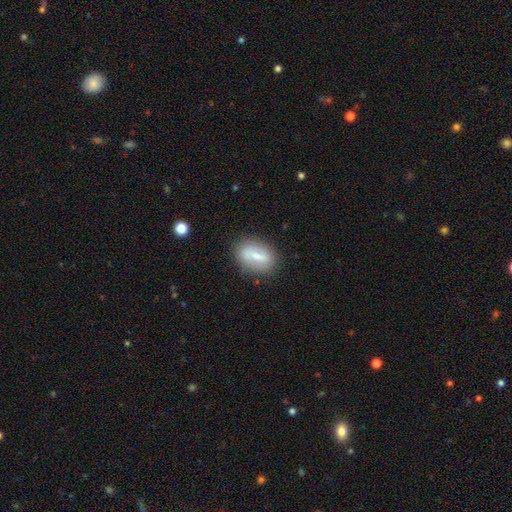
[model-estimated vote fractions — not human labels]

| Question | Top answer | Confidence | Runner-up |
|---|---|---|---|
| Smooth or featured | smooth | 59% | featured or disk (34%) |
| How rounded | in between | 78% | round (16%) |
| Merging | none | 77% | minor disturbance (14%) |